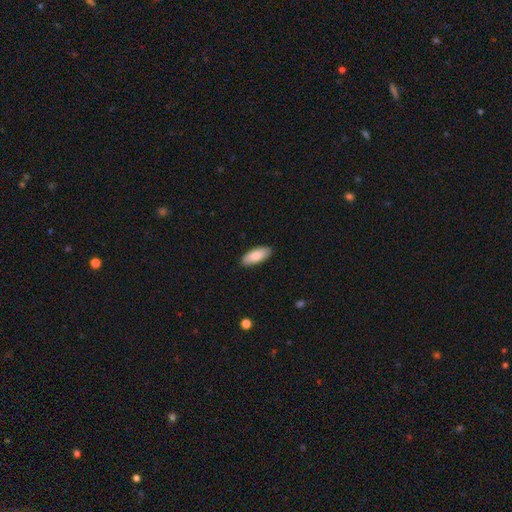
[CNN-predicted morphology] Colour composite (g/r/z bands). It shows a smooth galaxy with no disk features (85%) that is in between round and cigar-shaped (83%). Merging: none (90%).